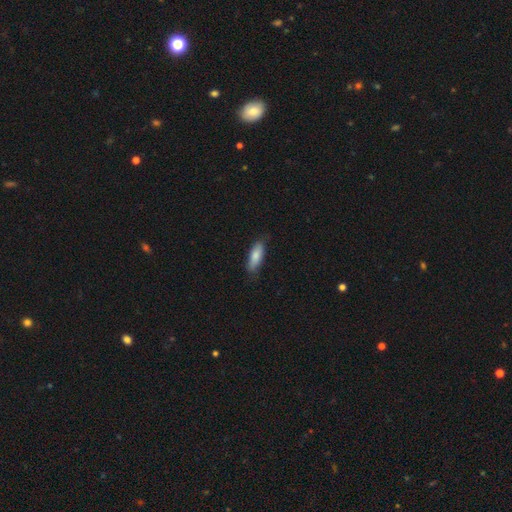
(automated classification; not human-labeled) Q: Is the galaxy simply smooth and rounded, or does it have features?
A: smooth — 81%.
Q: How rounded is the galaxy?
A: in between — 62%.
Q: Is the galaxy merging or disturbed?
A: none — 80%.